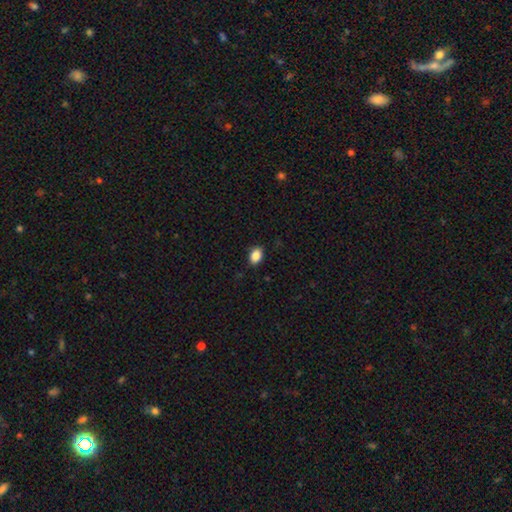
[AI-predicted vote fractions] The model was most divided on "how rounded": in between: 81%, round: 17%, cigar-shaped: 1%. More confident: merging — none (87%); smooth or featured — smooth (87%).